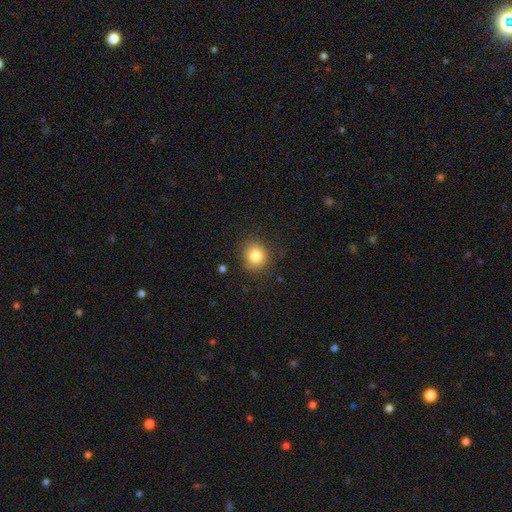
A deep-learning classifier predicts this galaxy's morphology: smooth-or-featured: smooth: 82% | star or artifact: 11% | featured or disk: 8%
  how-rounded: round: 82% | in between: 17% | cigar-shaped: 1%
  merging: none: 83% | minor disturbance: 12% | major disturbance: 3% | merger: 1%